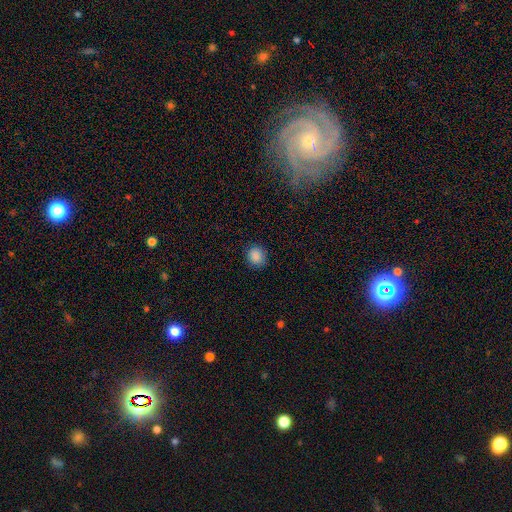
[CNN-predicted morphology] Smooth or featured?
  - smooth: 87% *
  - star or artifact: 10%
  - featured or disk: 3%
How rounded?
  - round: 83% *
  - in between: 16%
  - cigar-shaped: 1%
Merging?
  - none: 89% *
  - minor disturbance: 8%
  - major disturbance: 2%
  - merger: 1%